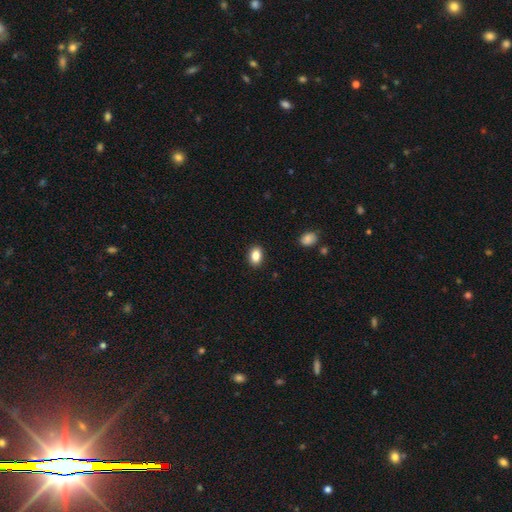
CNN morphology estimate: smooth-or-featured: smooth: 86% | star or artifact: 9% | featured or disk: 5%
  how-rounded: in between: 81% | round: 18% | cigar-shaped: 1%
  merging: none: 89% | minor disturbance: 8% | major disturbance: 2% | merger: 1%